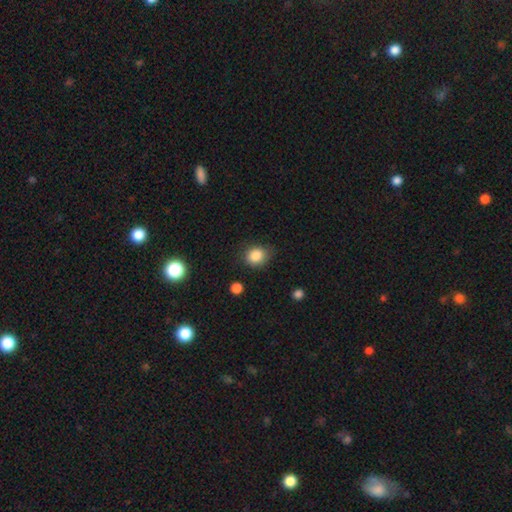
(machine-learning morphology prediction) A smooth galaxy with no disk features (85%) that is round (64%). Merging: none (77%).